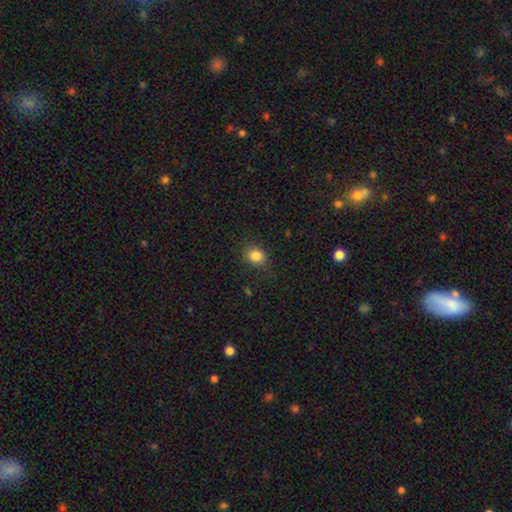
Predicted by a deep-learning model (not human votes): smooth 85%, star or artifact 11%, featured or disk 4%. Down the decision tree: how rounded — round (68%); merging — none (82%).